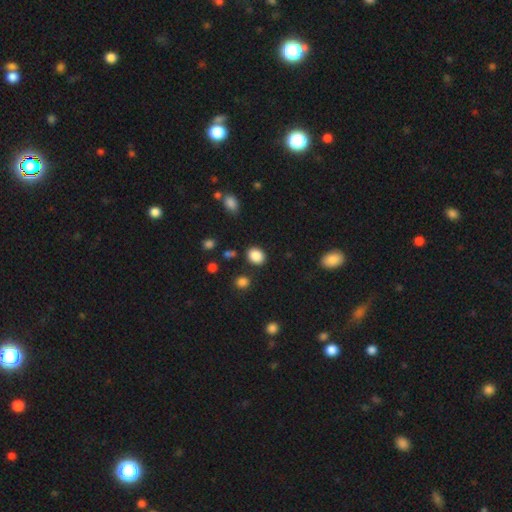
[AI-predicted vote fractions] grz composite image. It shows a smooth galaxy with no disk features (87%) that is round (54%). Merging: none (85%).